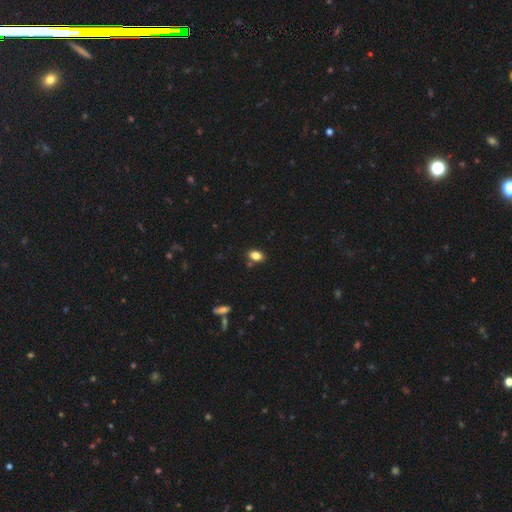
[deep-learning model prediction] Smooth or featured? smooth (82%)
How rounded? in between (85%)
Merging? none (81%)